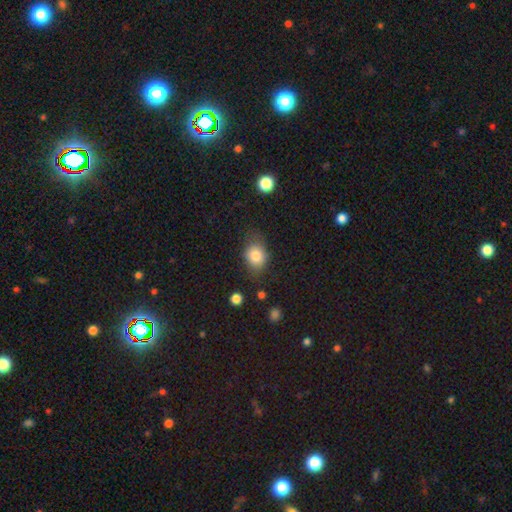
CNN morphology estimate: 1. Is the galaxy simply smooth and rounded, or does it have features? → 81% smooth, 10% featured or disk, 10% star or artifact.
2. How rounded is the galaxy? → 58% in between, 40% round, 1% cigar-shaped.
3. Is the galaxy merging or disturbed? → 67% none, 24% minor disturbance, 8% major disturbance, 2% merger.